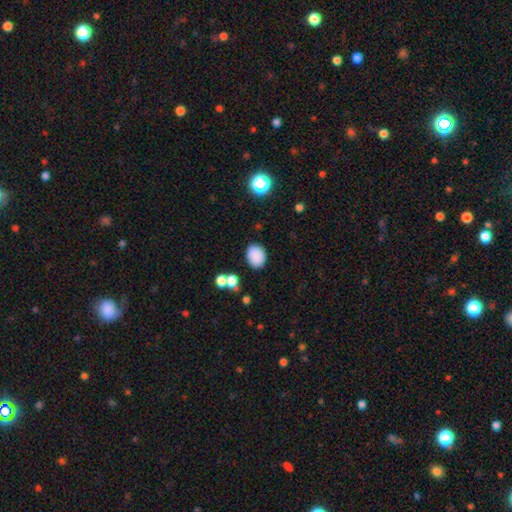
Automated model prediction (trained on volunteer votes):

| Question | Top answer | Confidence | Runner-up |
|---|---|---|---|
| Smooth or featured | smooth | 86% | star or artifact (10%) |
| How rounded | in between | 63% | round (36%) |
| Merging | none | 82% | minor disturbance (11%) |